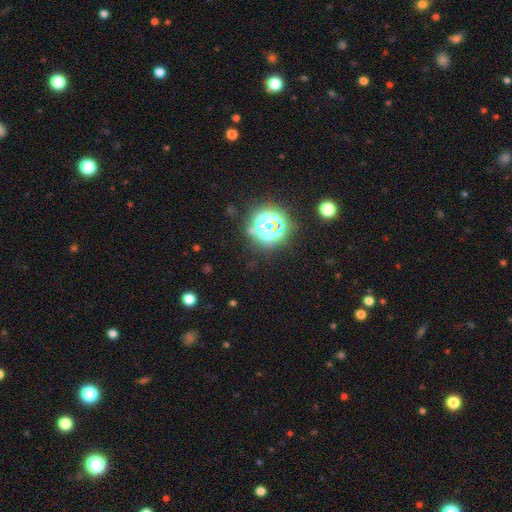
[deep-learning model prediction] smooth_or_featured: star or artifact (p=0.78) [alt: smooth p=0.15]